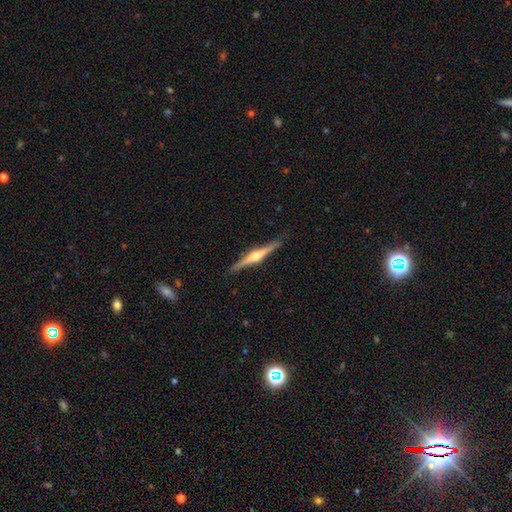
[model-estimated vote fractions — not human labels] Smooth or featured?
  - featured or disk: 81% *
  - smooth: 14%
  - star or artifact: 5%
Edge-on disk?
  - yes: 98% *
  - no: 2%
Edge-on bulge?
  - rounded: 95% *
  - boxy: 3%
  - none: 2%
Merging?
  - none: 90% *
  - minor disturbance: 8%
  - major disturbance: 1%
  - merger: 1%